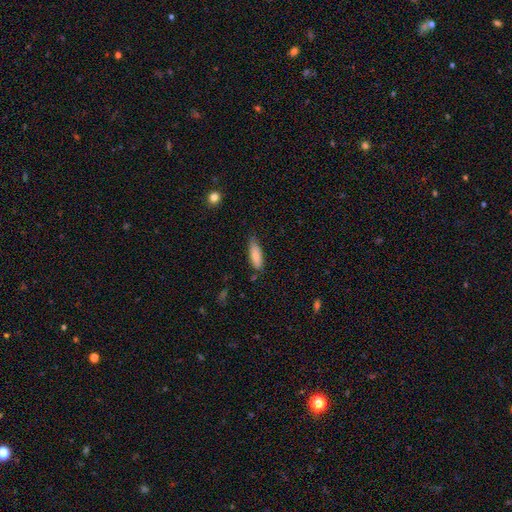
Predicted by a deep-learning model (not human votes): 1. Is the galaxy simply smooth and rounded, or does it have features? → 80% smooth, 13% featured or disk, 6% star or artifact.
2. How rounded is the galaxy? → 53% in between, 45% cigar-shaped, 2% round.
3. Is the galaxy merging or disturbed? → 71% none, 23% minor disturbance, 4% major disturbance, 3% merger.